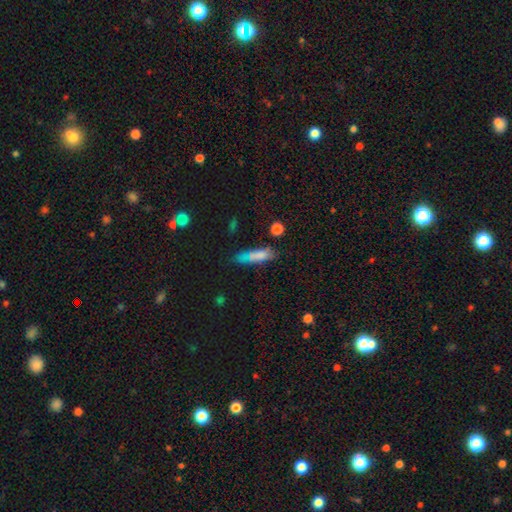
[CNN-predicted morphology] Q: Smooth or featured?
A: smooth (72%); runner-up: featured or disk (17%)
Q: How rounded?
A: cigar-shaped (57%); runner-up: in between (40%)
Q: Merging?
A: none (60%); runner-up: minor disturbance (23%)